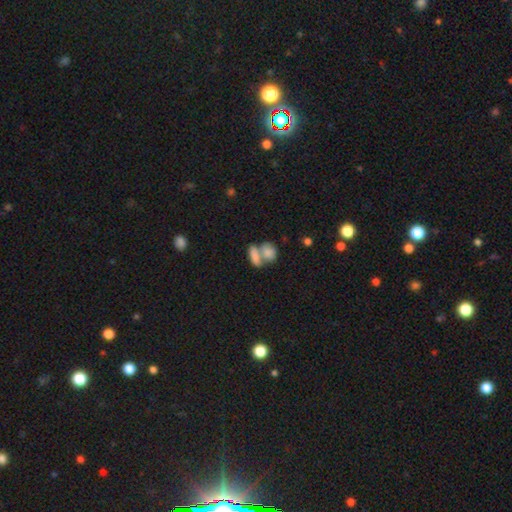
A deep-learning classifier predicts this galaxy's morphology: Smooth or featured?
  - smooth: 81% *
  - featured or disk: 11%
  - star or artifact: 8%
How rounded?
  - in between: 74% *
  - round: 17%
  - cigar-shaped: 8%
Merging?
  - merger: 58% *
  - none: 30%
  - minor disturbance: 8%
  - major disturbance: 4%